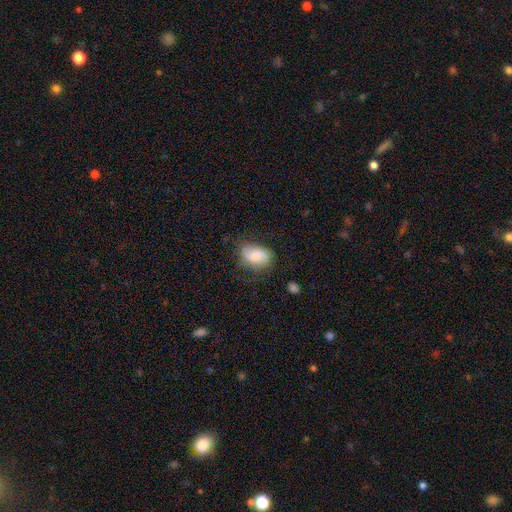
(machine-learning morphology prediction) type=smooth (52%); roundness=in between (82%); merging=none (67%).